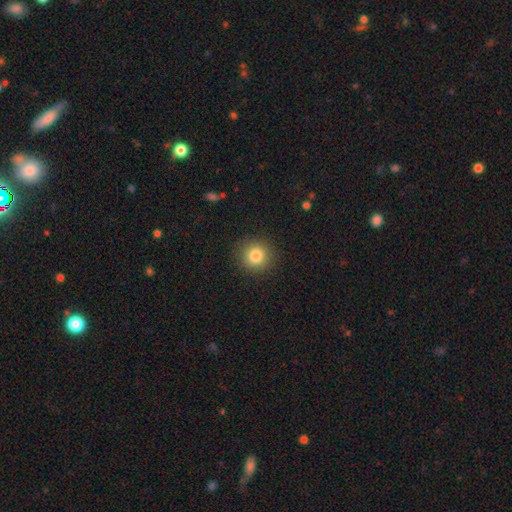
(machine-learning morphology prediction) Overall: smooth (83%). How rounded: round (93%). Merging: none (91%).